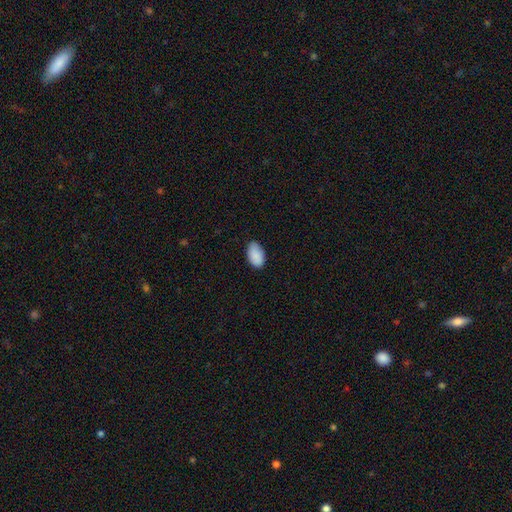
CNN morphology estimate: This appears to be a smooth galaxy with no disk features (89%) that is in between round and cigar-shaped (94%). Merging: none (81%).